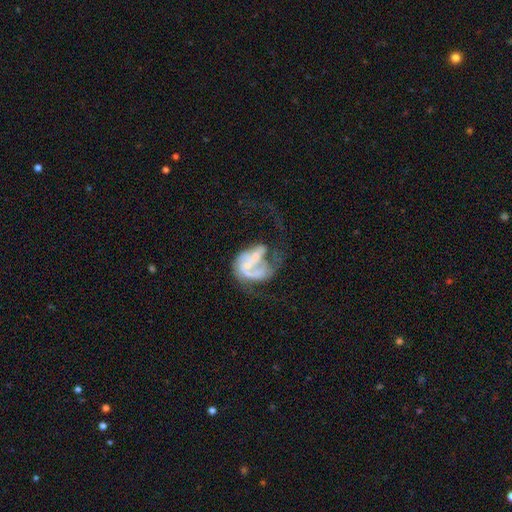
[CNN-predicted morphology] This is likely a featured or disk galaxy (69%). It is clearly not viewed edge-on (98%). Bar: likely no (69%). Spiral arm pattern: possibly yes (53%). Central bulge: possibly small (45%). Merging: marginally merger (41%).